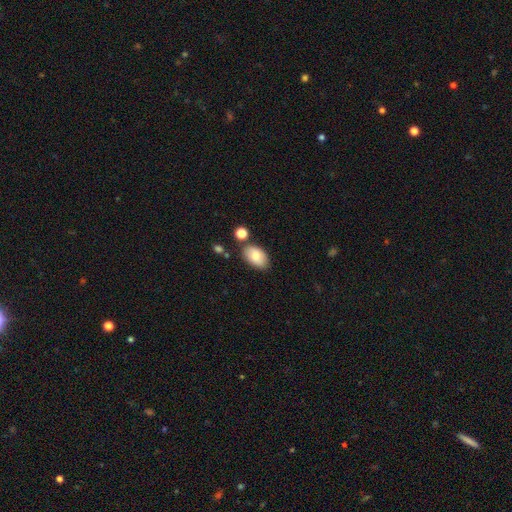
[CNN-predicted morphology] Q: Smooth or featured?
A: smooth (80%); runner-up: featured or disk (12%)
Q: How rounded?
A: in between (92%); runner-up: round (7%)
Q: Merging?
A: none (75%); runner-up: minor disturbance (15%)